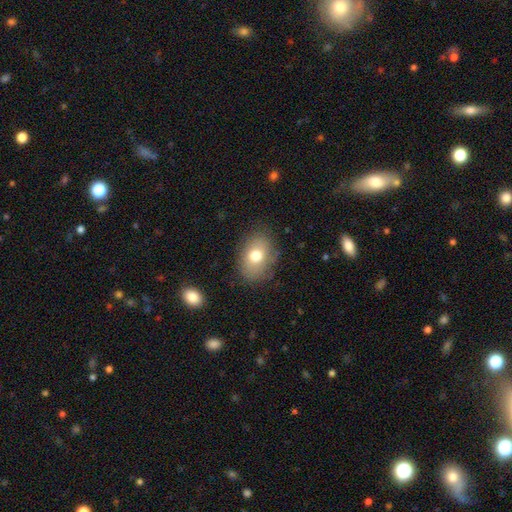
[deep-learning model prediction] Morphology: type=smooth (74%); roundness=in between (77%); merging=none (80%).